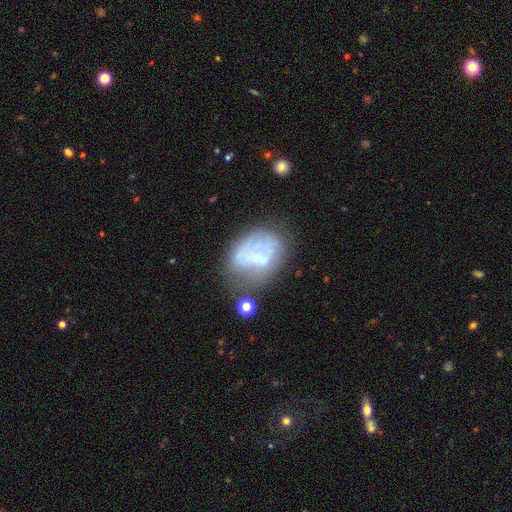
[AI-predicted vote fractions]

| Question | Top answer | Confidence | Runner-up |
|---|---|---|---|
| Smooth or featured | featured or disk | 46% | smooth (42%) |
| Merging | none | 40% | minor disturbance (26%) |